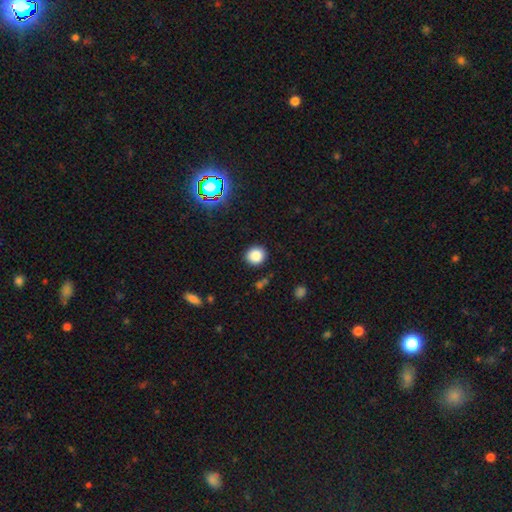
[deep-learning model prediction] Smooth or featured: smooth — 84% (star or artifact — 12%)
How rounded: round — 86% (in between — 13%)
Merging: none — 88% (minor disturbance — 7%)